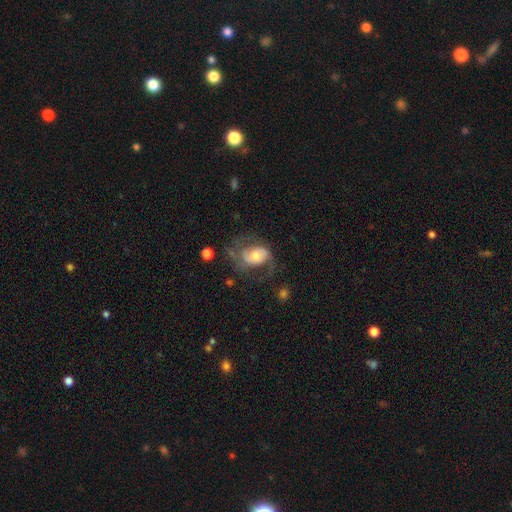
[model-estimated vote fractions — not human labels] A featured or disk galaxy (62%) with no bar (62%), spiral arms (80%) and a moderate central bulge (56%).

Vote fractions:
- Smooth or featured? featured or disk: 62% / smooth: 29% / star or artifact: 8%
- Edge-on disk? no: 96% / yes: 4%
- Bar? no: 62% / weak: 29% / strong: 9%
- Spiral arms? yes: 80% / no: 20%
- Bulge size? moderate: 56% / small: 29% / large: 11% / none: 3% / dominant: 2%
- Merging? none: 44% / major disturbance: 30% / minor disturbance: 23% / merger: 2%